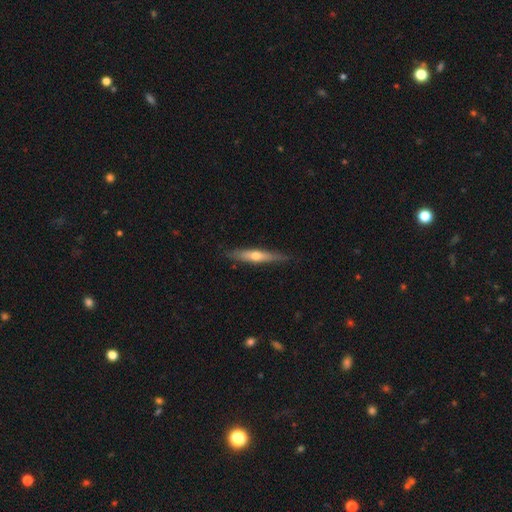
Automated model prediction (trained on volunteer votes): This is possibly a featured or disk galaxy (52%). It is clearly viewed edge-on (90%). Merging: clearly none (84%).